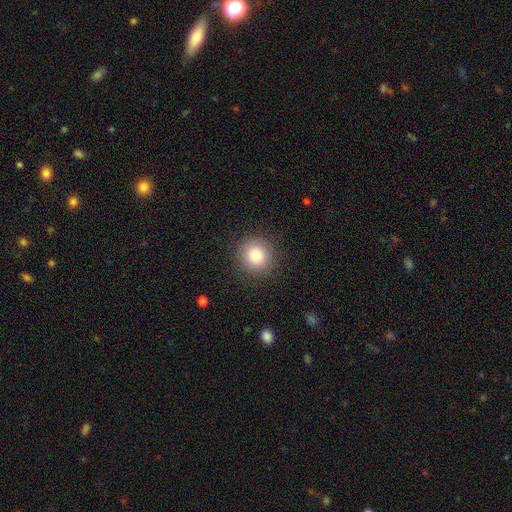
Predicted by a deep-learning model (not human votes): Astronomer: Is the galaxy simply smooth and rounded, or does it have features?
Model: smooth — 83%.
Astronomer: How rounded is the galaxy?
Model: round — 92%.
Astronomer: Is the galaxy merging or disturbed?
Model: none — 90%.